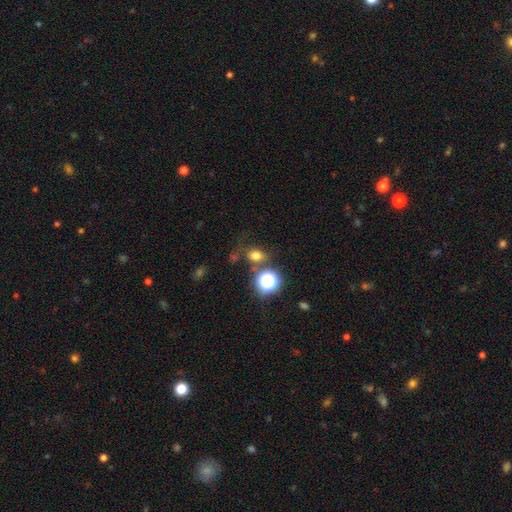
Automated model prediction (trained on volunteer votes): This is likely a smooth galaxy (69%). How rounded: possibly round (55%). Merging: likely none (67%).